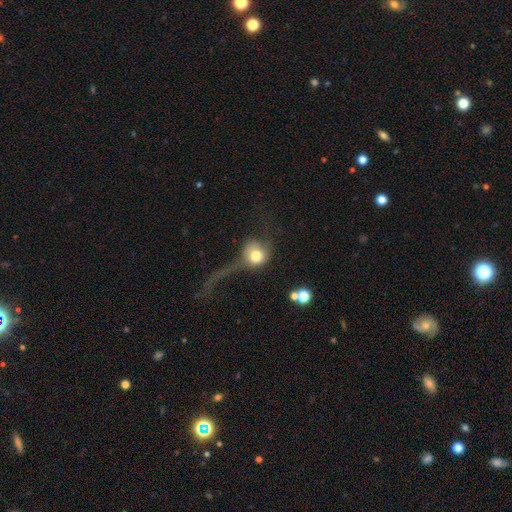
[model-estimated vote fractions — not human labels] Morphology: type=smooth (66%); roundness=round (81%); merging=major disturbance (54%).